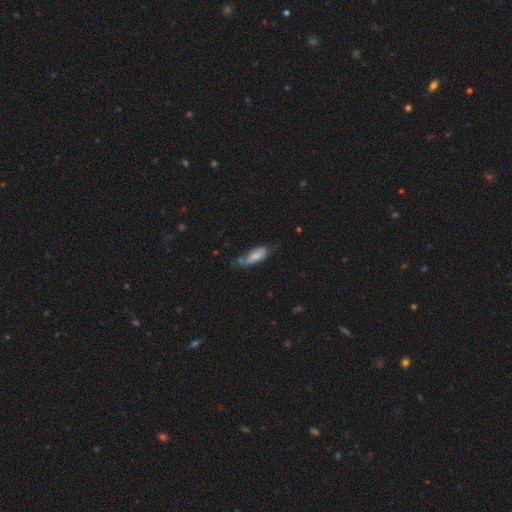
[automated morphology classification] Overall: smooth (72%). How rounded: in between (62%; cigar-shaped 35%). Merging: none (37%, tied with minor disturbance).